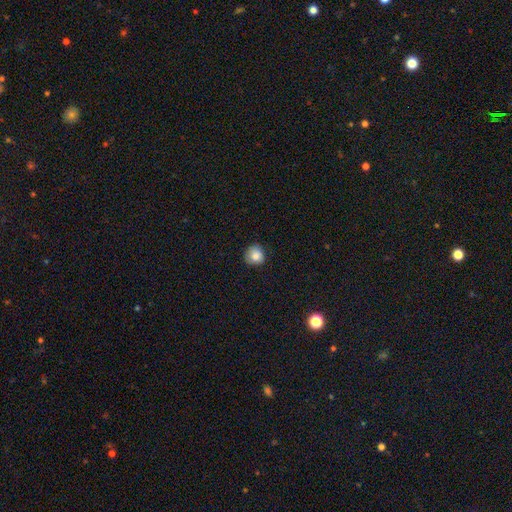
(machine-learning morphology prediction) A smooth galaxy with no disk features (84%) that is round (87%). Merging: none (77%).